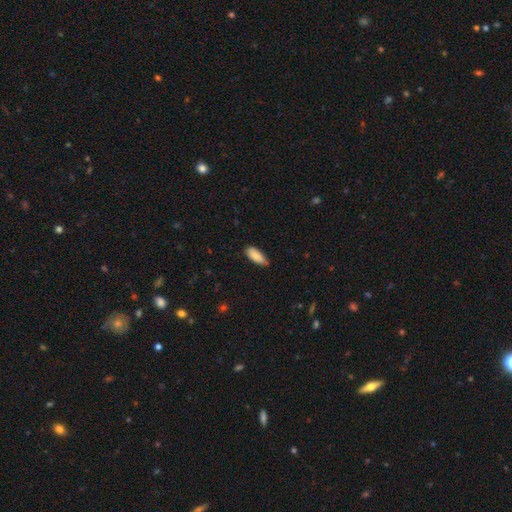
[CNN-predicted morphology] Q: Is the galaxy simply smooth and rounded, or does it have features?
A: smooth — 87%.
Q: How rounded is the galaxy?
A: in between — 78%.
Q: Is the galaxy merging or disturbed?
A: none — 72%.